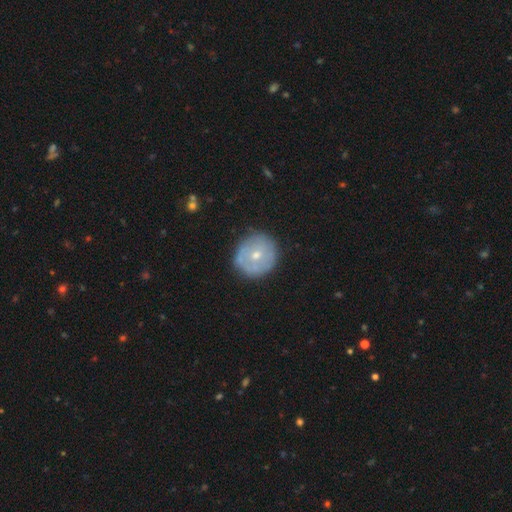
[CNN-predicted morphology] The model was most divided on "smooth or featured": smooth: 50%, featured or disk: 42%, star or artifact: 7%. More confident: how rounded — round (90%); merging — none (80%).